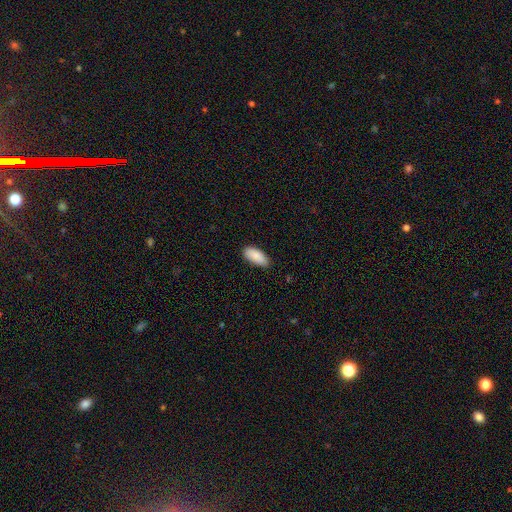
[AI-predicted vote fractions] Smooth or featured: smooth — 90% (star or artifact — 6%)
How rounded: in between — 88% (cigar-shaped — 11%)
Merging: none — 85% (minor disturbance — 12%)